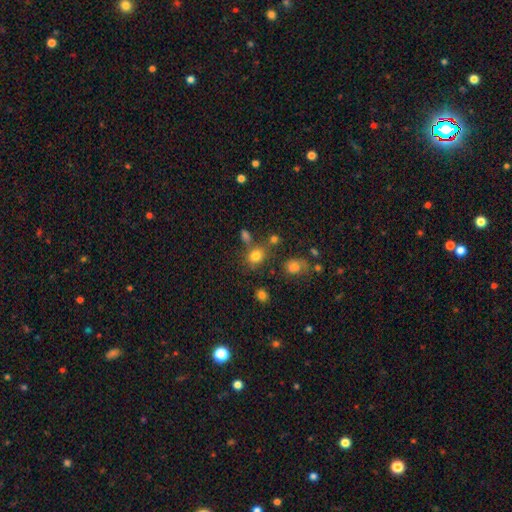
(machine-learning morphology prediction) smooth_or_featured: smooth (p=0.78) [alt: star or artifact p=0.14]
how_rounded: round (p=0.59) [alt: in between p=0.40]
merging: none (p=0.64) [alt: merger p=0.15]